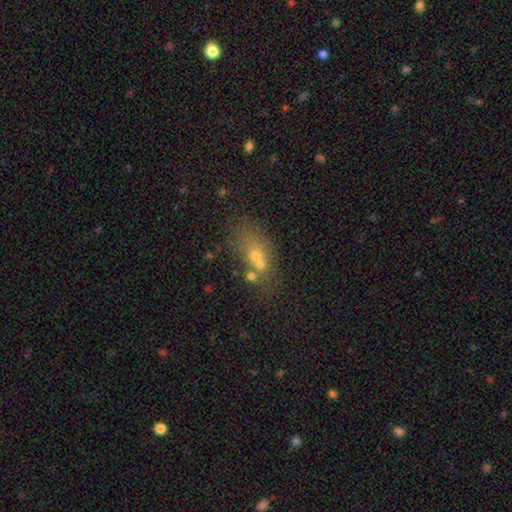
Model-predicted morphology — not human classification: smooth-or-featured: smooth: 53% | star or artifact: 28% | featured or disk: 19%
  how-rounded: in between: 68% | round: 20% | cigar-shaped: 12%
  merging: none: 53% | merger: 24% | minor disturbance: 15% | major disturbance: 8%